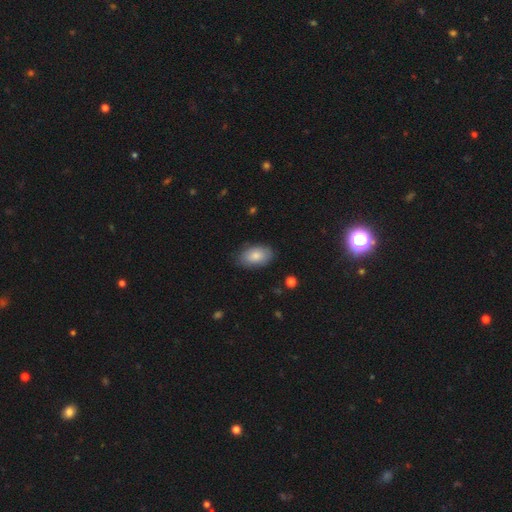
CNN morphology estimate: type=smooth (83%); roundness=in between (93%); merging=none (82%).